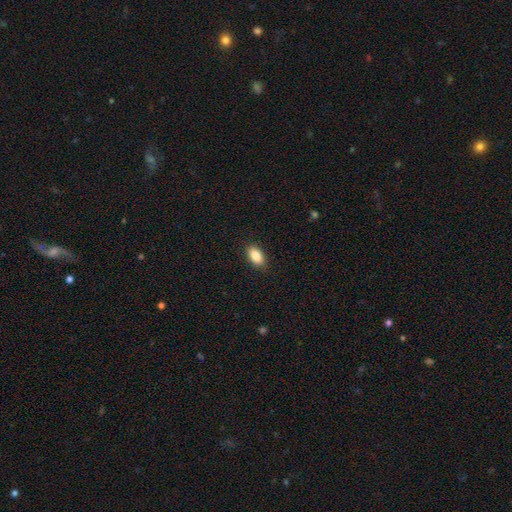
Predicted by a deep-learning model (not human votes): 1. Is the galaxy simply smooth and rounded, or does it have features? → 86% smooth, 8% star or artifact, 6% featured or disk.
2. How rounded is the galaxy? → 91% in between, 6% round, 3% cigar-shaped.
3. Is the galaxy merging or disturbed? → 89% none, 8% minor disturbance, 2% major disturbance, 1% merger.